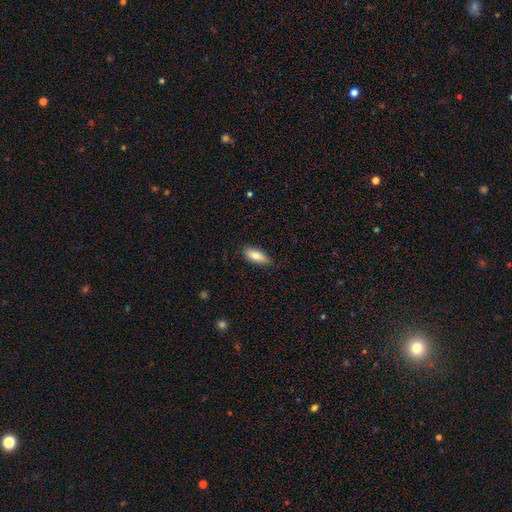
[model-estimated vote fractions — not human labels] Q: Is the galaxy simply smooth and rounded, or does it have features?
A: smooth — 79%.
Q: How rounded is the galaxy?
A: in between — 82%.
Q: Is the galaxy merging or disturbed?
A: none — 81%.